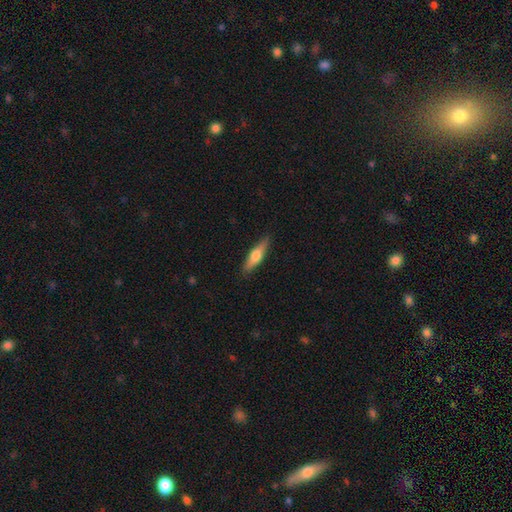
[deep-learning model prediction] This is possibly a smooth galaxy (56%). How rounded: likely cigar-shaped (70%). Merging: clearly none (87%).